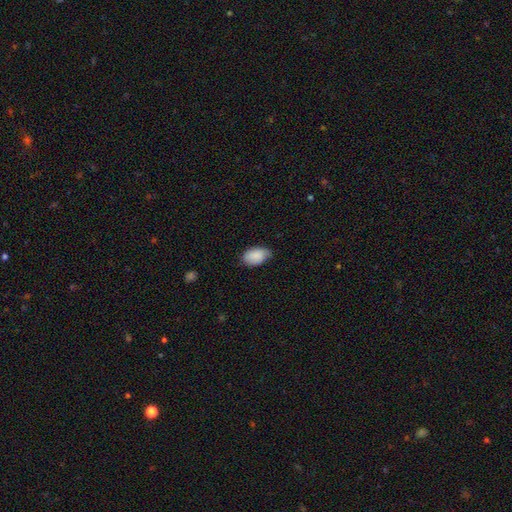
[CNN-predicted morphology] A smooth galaxy with no disk features (86%) that is in between round and cigar-shaped (91%). Merging: none (59%).